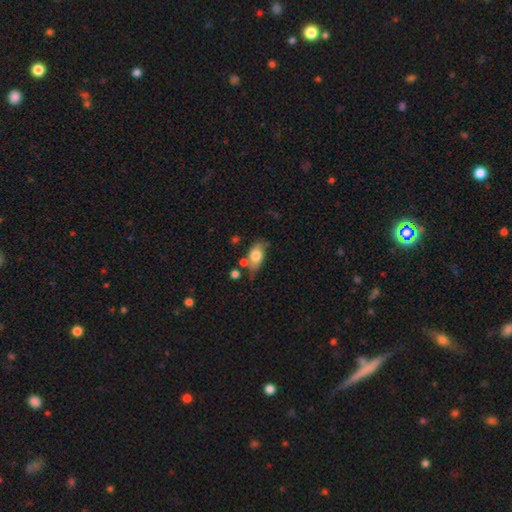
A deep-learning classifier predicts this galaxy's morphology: smooth 72%, featured or disk 21%, star or artifact 7%. Down the decision tree: how rounded — in between (86%); merging — none (55%).